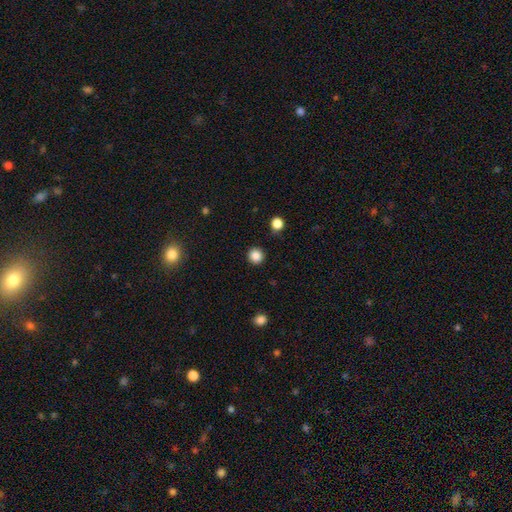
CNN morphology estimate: A smooth galaxy with no disk features (86%) that is round (94%). Merging: none (91%).